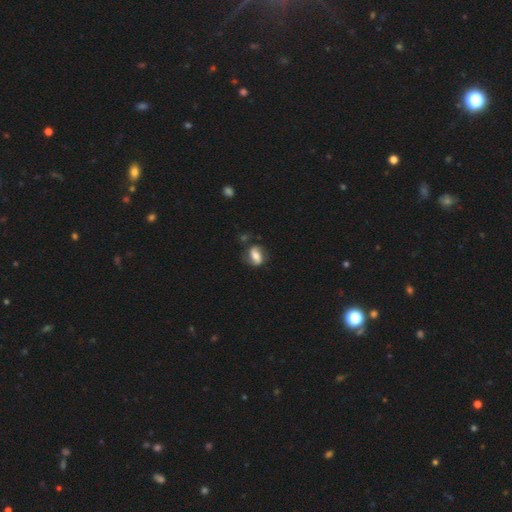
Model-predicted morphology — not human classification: smooth-or-featured: smooth: 49% | featured or disk: 43% | star or artifact: 8%
  merging: none: 64% | minor disturbance: 22% | major disturbance: 9% | merger: 4%